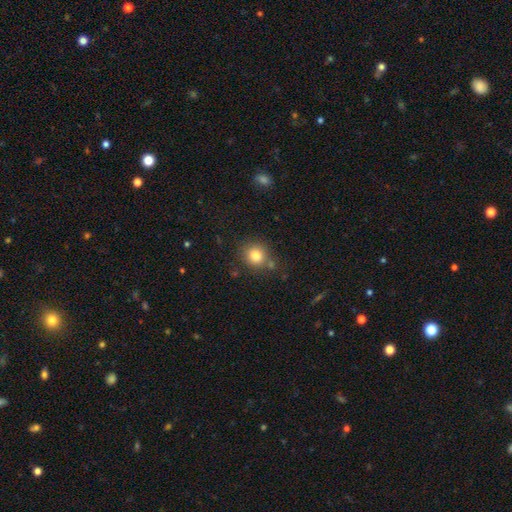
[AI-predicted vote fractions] This is clearly a smooth galaxy (81%). How rounded: clearly round (86%). Merging: likely none (76%).